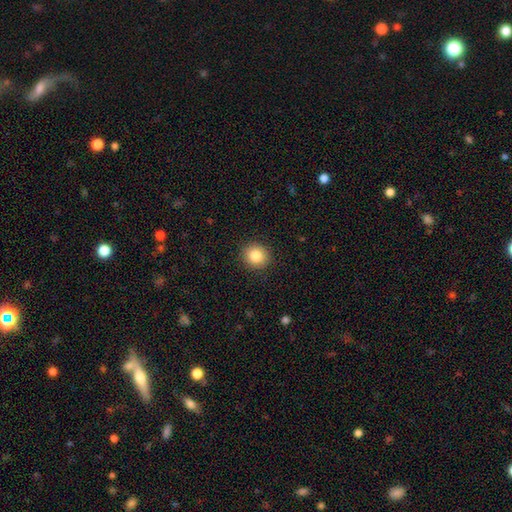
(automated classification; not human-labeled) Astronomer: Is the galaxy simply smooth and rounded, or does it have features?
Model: smooth — 84%.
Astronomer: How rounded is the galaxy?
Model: round — 87%.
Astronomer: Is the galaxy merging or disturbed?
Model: none — 91%.